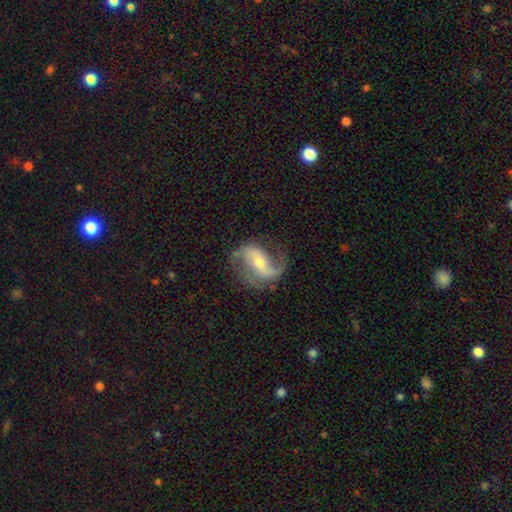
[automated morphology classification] Smooth or featured? featured or disk (87%)
Edge-on disk? no (96%)
Bar? strong (40%)
Spiral arms? yes (96%)
Spiral winding? loose (43%)
Spiral arm count? 2 (87%)
Bulge size? small (50%)
Merging? none (73%)